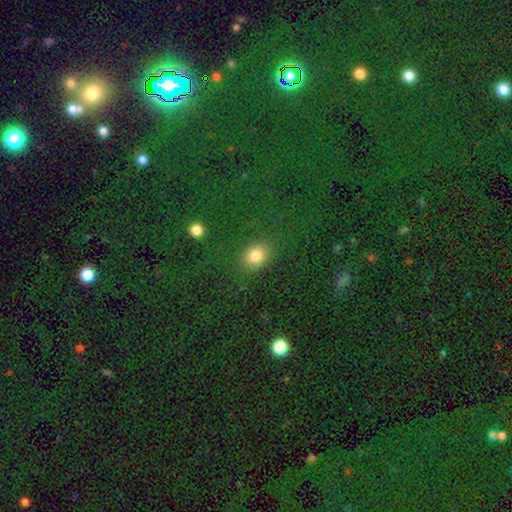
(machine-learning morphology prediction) A smooth galaxy with no disk features (78%) that is in between round and cigar-shaped (63%).

Vote fractions:
- Smooth or featured? smooth: 78% / star or artifact: 15% / featured or disk: 7%
- How rounded? in between: 63% / round: 35% / cigar-shaped: 2%
- Merging? none: 83% / minor disturbance: 10% / major disturbance: 5% / merger: 3%